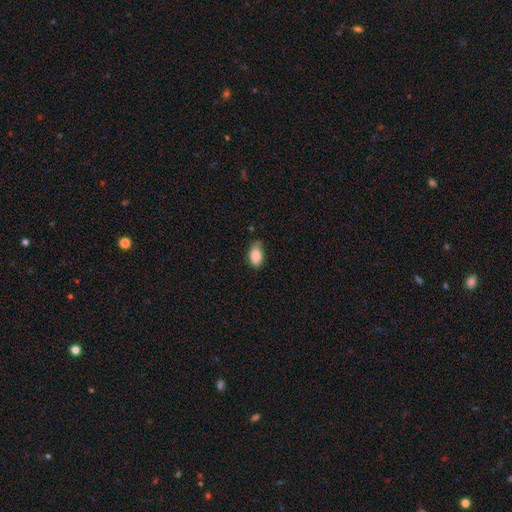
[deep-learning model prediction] Morphology: type=smooth (88%); roundness=in between (92%); merging=none (64%).